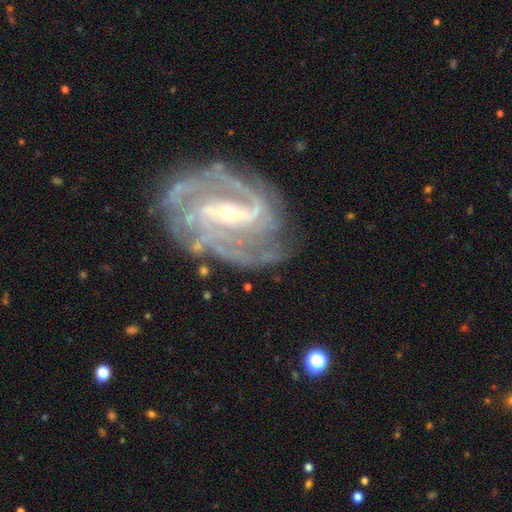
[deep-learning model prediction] Smooth or featured: featured or disk — 91% (star or artifact — 6%)
Edge-on disk: no — 97% (yes — 3%)
Bar: strong — 47% (weak — 38%)
Spiral arms: yes — 97% (no — 3%)
Spiral winding: tight — 43% (tied with medium — 43%)
Spiral arm count: 2 — 45% (3 — 18%)
Bulge size: small — 65% (moderate — 32%)
Merging: none — 70% (minor disturbance — 19%)